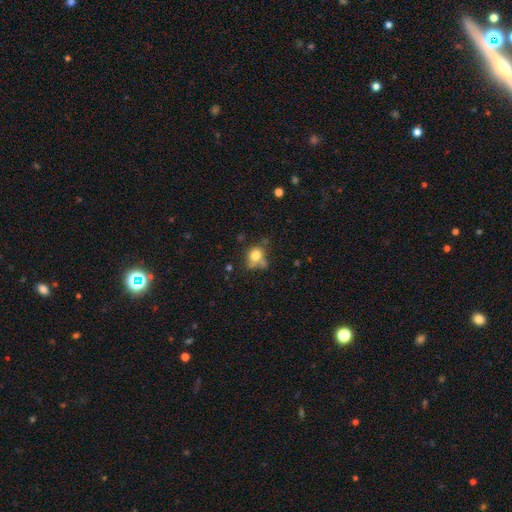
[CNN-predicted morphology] smooth-or-featured: smooth: 76% | featured or disk: 13% | star or artifact: 11%
  how-rounded: round: 61% | in between: 38% | cigar-shaped: 1%
  merging: none: 46% | minor disturbance: 23% | merger: 19% | major disturbance: 11%